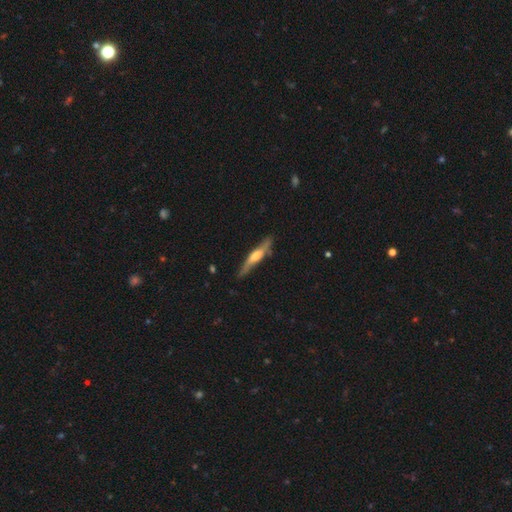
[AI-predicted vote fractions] The model was most divided on "smooth or featured": featured or disk: 64%, smooth: 31%, star or artifact: 5%. More confident: edge-on disk — yes (93%); merging — none (80%); edge-on bulge — rounded (73%).